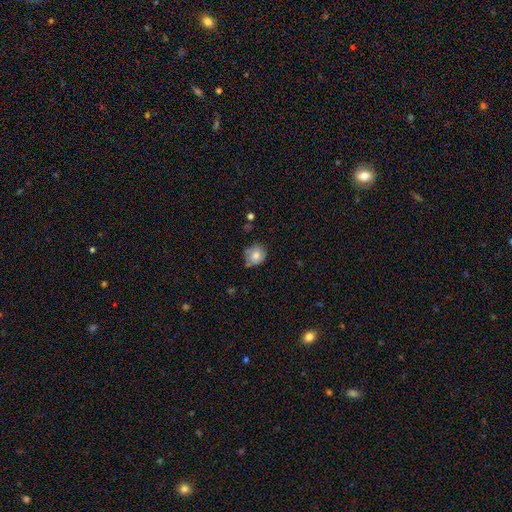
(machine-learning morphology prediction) smooth-or-featured: smooth: 76% | featured or disk: 15% | star or artifact: 9%
  how-rounded: round: 79% | in between: 20% | cigar-shaped: 1%
  merging: none: 66% | minor disturbance: 24% | major disturbance: 5% | merger: 4%